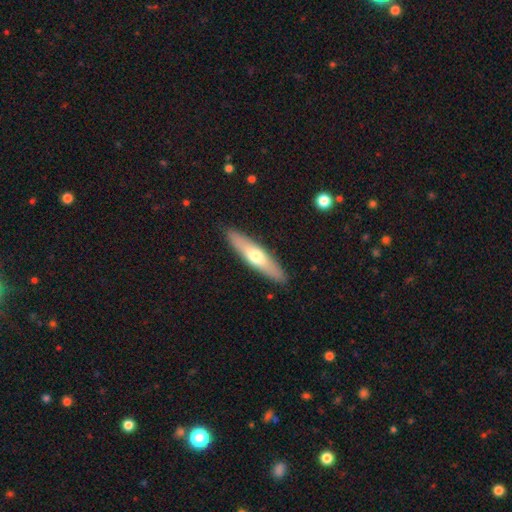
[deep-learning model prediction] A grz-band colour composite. It shows a smooth galaxy with no disk features (54%) that is cigar-shaped (77%). Merging: none (89%).